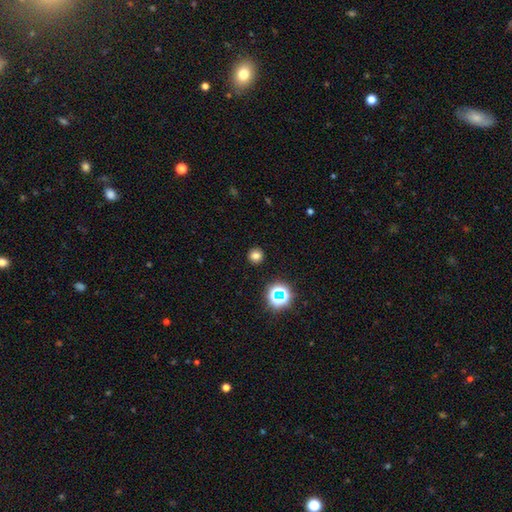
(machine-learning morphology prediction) Smooth or featured?
  - smooth: 75% *
  - star or artifact: 19%
  - featured or disk: 6%
How rounded?
  - round: 92% *
  - in between: 7%
  - cigar-shaped: 1%
Merging?
  - none: 91% *
  - minor disturbance: 5%
  - major disturbance: 2%
  - merger: 1%